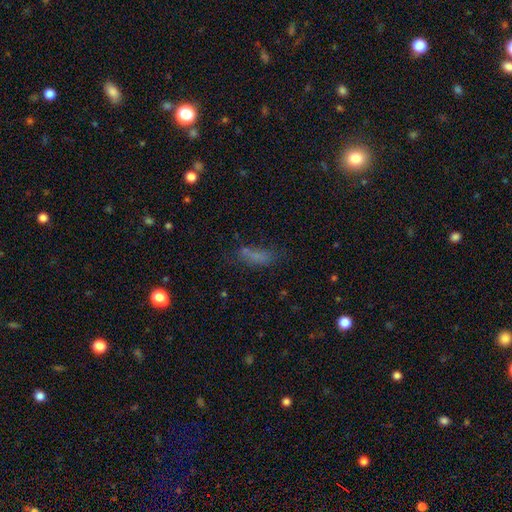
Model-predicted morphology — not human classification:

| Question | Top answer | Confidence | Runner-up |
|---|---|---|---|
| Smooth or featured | smooth | 66% | star or artifact (19%) |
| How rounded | in between | 56% | cigar-shaped (40%) |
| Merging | none | 53% | minor disturbance (22%) |